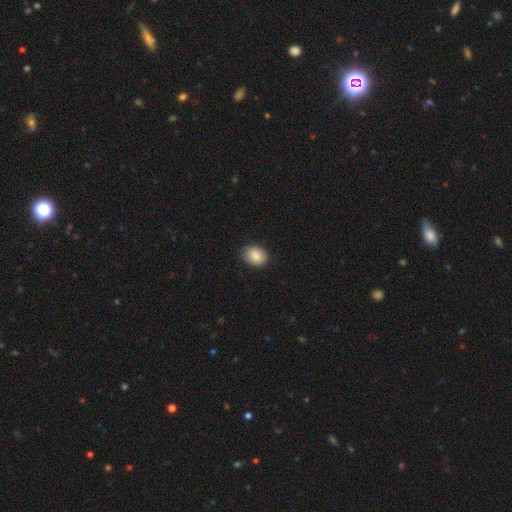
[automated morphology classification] Smooth or featured: smooth — 88% (star or artifact — 7%)
How rounded: in between — 64% (round — 35%)
Merging: none — 77% (minor disturbance — 19%)